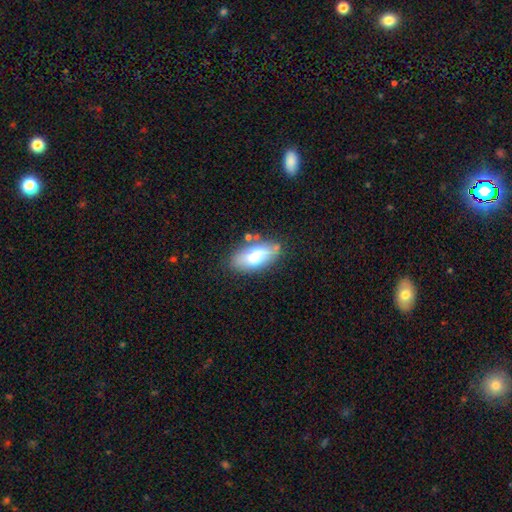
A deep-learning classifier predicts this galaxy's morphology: smooth_or_featured: smooth (p=0.74) [alt: featured or disk p=0.19]
how_rounded: in between (p=0.90) [alt: cigar-shaped p=0.07]
merging: none (p=0.68) [alt: minor disturbance p=0.20]